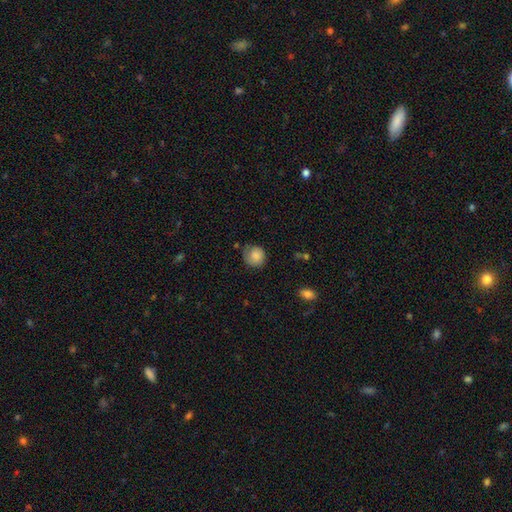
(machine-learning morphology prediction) Smooth or featured?
  - smooth: 83% *
  - featured or disk: 10%
  - star or artifact: 8%
How rounded?
  - round: 86% *
  - in between: 13%
  - cigar-shaped: 1%
Merging?
  - none: 67% *
  - minor disturbance: 24%
  - major disturbance: 7%
  - merger: 2%